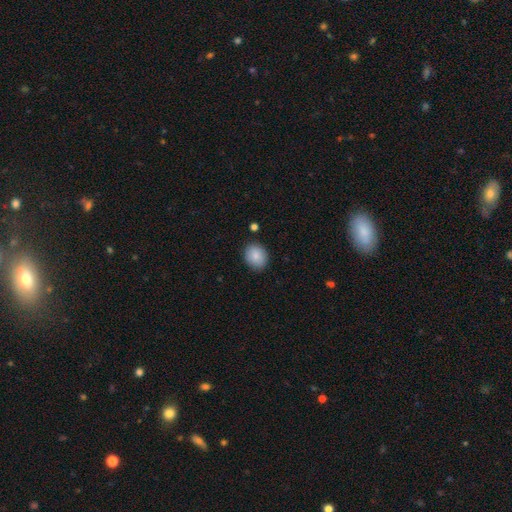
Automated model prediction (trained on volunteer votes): smooth_or_featured: smooth (p=0.87) [alt: star or artifact p=0.08]
how_rounded: round (p=0.58) [alt: in between p=0.41]
merging: none (p=0.86) [alt: minor disturbance p=0.10]